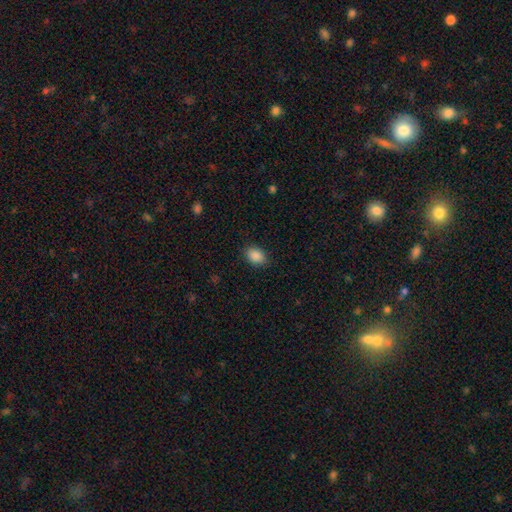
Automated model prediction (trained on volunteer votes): A smooth galaxy with no disk features (88%) that is in between round and cigar-shaped (73%).

Vote fractions:
- Smooth or featured? smooth: 88% / star or artifact: 9% / featured or disk: 3%
- How rounded? in between: 73% / round: 26% / cigar-shaped: 1%
- Merging? none: 87% / minor disturbance: 10% / major disturbance: 3% / merger: 1%